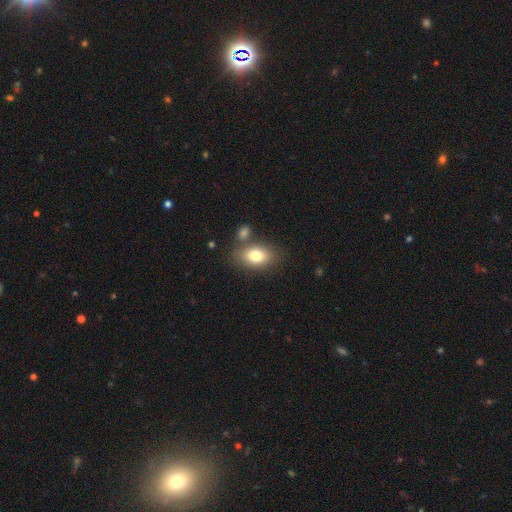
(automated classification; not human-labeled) A smooth galaxy with no disk features (78%) that is in between round and cigar-shaped (84%). Merging: none (67%).